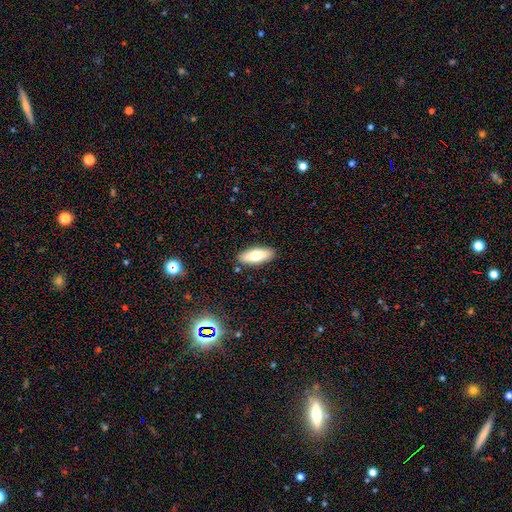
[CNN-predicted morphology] Smooth or featured? Predicted: smooth (p=0.72). How rounded? Predicted: in between (p=0.76). Merging? Predicted: none (p=0.88).